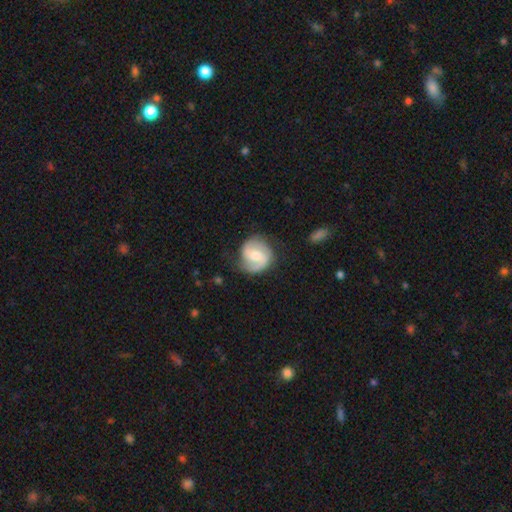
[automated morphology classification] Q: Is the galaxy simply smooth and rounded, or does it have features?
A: featured or disk — 75%.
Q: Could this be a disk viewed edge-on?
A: no — 98%.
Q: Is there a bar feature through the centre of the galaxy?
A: weak — 51%.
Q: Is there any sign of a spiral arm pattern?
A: yes — 94%.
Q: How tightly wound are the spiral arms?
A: medium — 49%.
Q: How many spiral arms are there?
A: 2 — 82%.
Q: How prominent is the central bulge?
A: moderate — 58%.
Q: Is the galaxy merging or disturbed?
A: none — 72%.